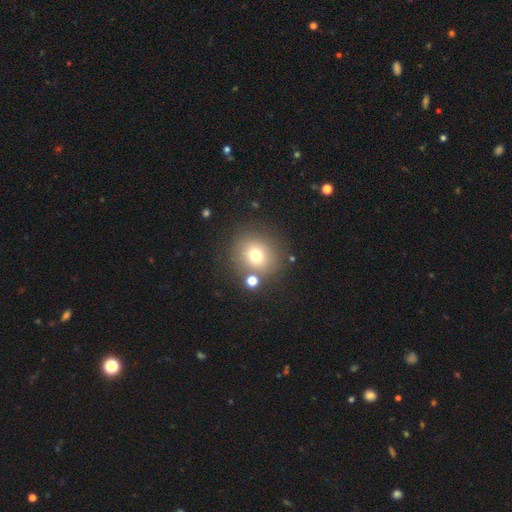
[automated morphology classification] A smooth galaxy with no disk features (73%) that is round (87%).

Vote fractions:
- Smooth or featured? smooth: 73% / star or artifact: 15% / featured or disk: 12%
- How rounded? round: 87% / in between: 12% / cigar-shaped: 1%
- Merging? none: 76% / minor disturbance: 10% / merger: 10% / major disturbance: 4%